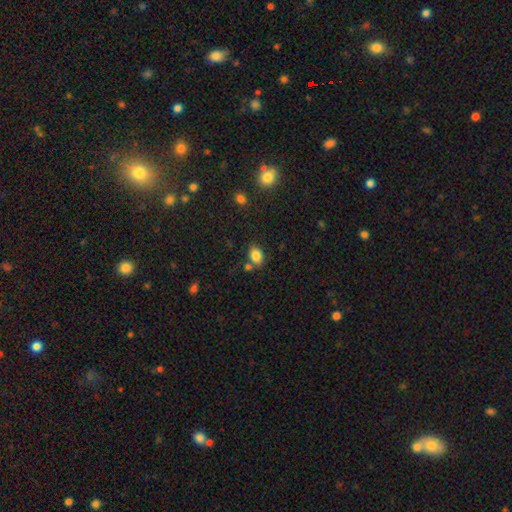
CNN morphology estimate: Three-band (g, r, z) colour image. It shows a smooth galaxy with no disk features (84%) that is in between round and cigar-shaped (77%). Merging: none (70%).